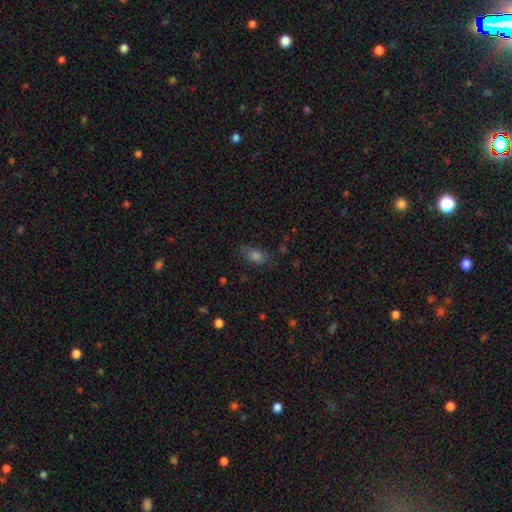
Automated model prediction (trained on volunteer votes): Q: Smooth or featured?
A: smooth (71%); runner-up: star or artifact (18%)
Q: How rounded?
A: in between (76%); runner-up: round (19%)
Q: Merging?
A: none (76%); runner-up: minor disturbance (17%)